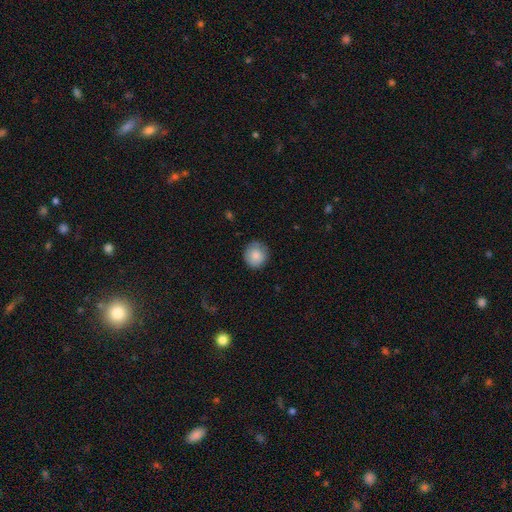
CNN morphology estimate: This is clearly a smooth galaxy (85%). How rounded: clearly round (90%). Merging: clearly none (83%).